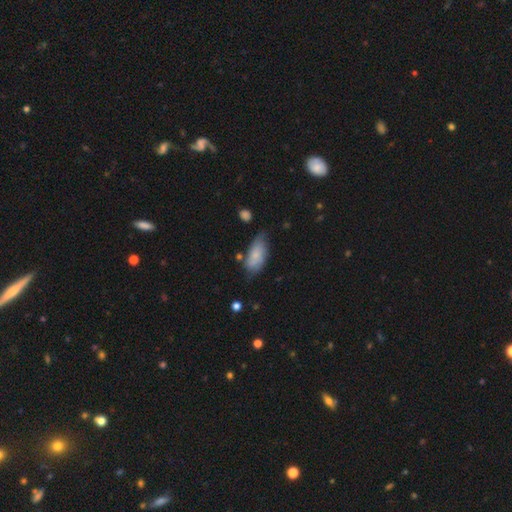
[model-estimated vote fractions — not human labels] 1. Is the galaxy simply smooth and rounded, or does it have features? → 75% smooth, 19% featured or disk, 6% star or artifact.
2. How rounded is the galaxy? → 89% in between, 9% cigar-shaped, 2% round.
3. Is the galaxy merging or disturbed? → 53% none, 34% minor disturbance, 8% major disturbance, 5% merger.